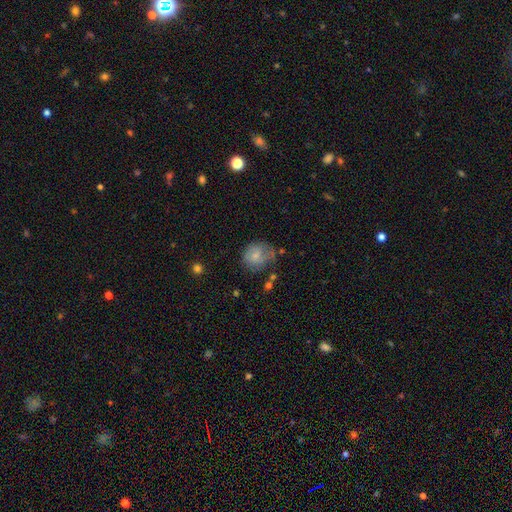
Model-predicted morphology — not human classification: smooth-or-featured: smooth: 71% | featured or disk: 21% | star or artifact: 9%
  how-rounded: round: 68% | in between: 31% | cigar-shaped: 1%
  merging: none: 51% | minor disturbance: 30% | major disturbance: 14% | merger: 5%